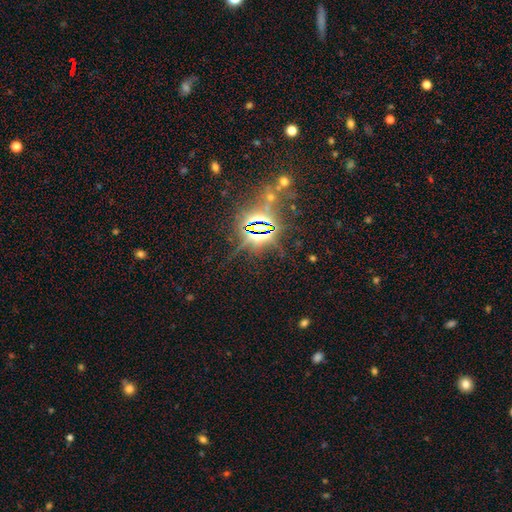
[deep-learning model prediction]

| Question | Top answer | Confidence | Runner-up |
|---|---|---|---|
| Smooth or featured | star or artifact | 82% | smooth (10%) |